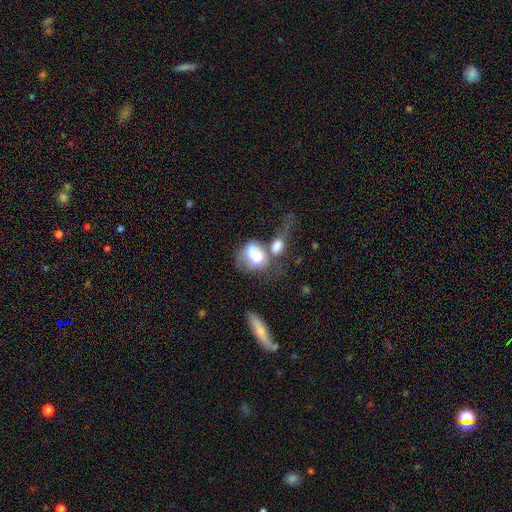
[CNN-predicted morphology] This appears to be a smooth galaxy with no disk features (51%) that is in between round and cigar-shaped (63%). Merging: merger (56%).